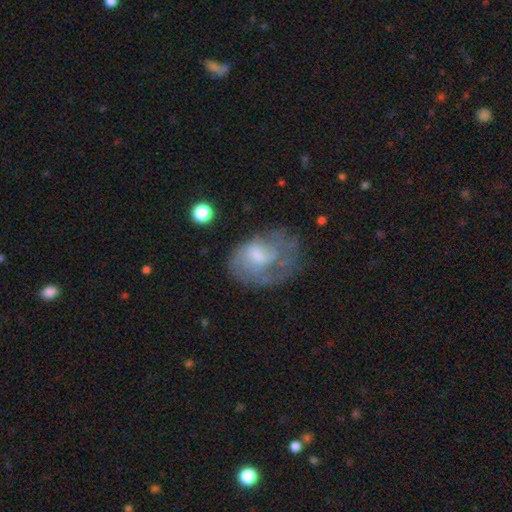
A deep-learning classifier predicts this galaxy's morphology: smooth_or_featured: featured or disk (p=0.54) [alt: smooth p=0.35]
disk_edge_on: no (p=0.96) [alt: yes p=0.04]
bar: no (p=0.62) [alt: weak p=0.33]
has_spiral_arms: yes (p=0.61) [alt: no p=0.39]
bulge_size: moderate (p=0.42) [alt: small p=0.34]
merging: none (p=0.49) [alt: minor disturbance p=0.25]